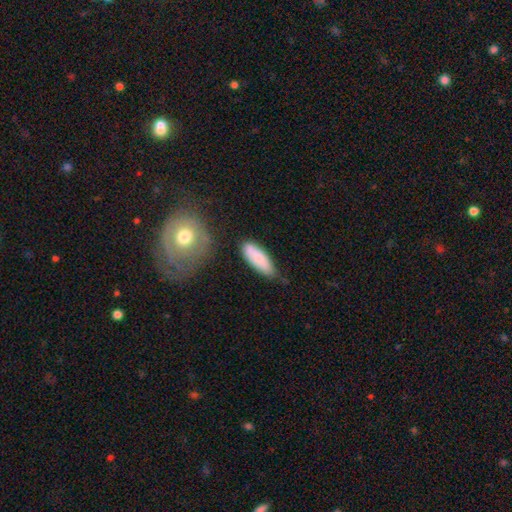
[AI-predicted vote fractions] smooth 80%, featured or disk 14%, star or artifact 6%. Down the decision tree: how rounded — in between (66%); merging — none (60%).